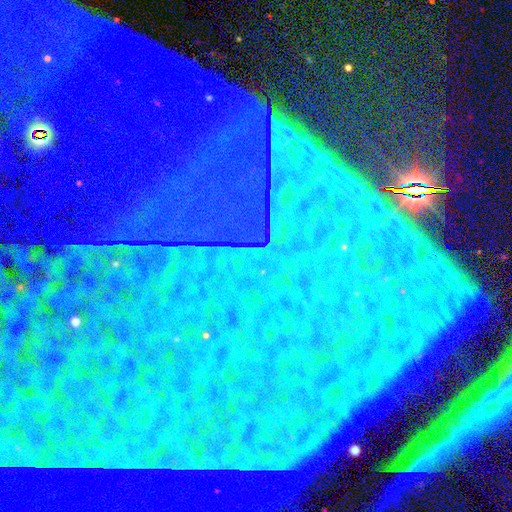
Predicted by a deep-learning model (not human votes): Q: Smooth or featured?
A: star or artifact (86%); runner-up: featured or disk (7%)